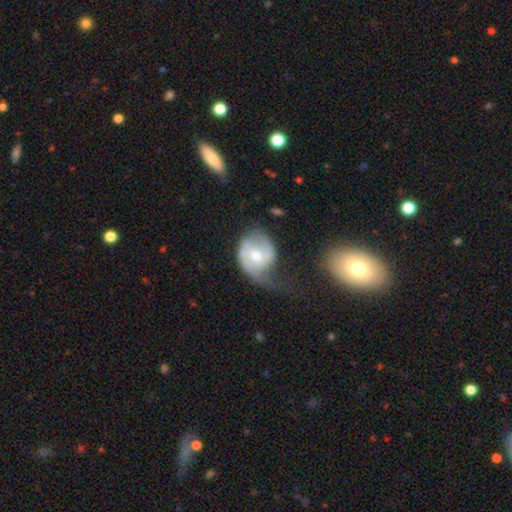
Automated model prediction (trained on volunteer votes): smooth-or-featured: featured or disk: 61% | smooth: 32% | star or artifact: 6%
  disk-edge-on: no: 97% | yes: 3%
    bar: no: 59% | weak: 34% | strong: 7%
    has-spiral-arms: yes: 79% | no: 21%
    bulge-size: moderate: 65% | small: 27% | large: 6% | none: 1% | dominant: 1%
  merging: major disturbance: 39% | minor disturbance: 31% | none: 27% | merger: 3%